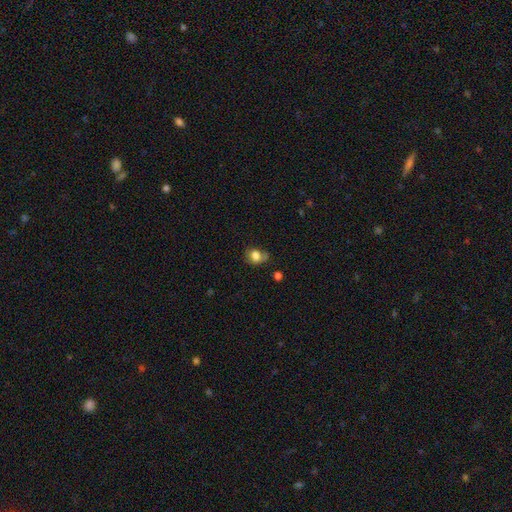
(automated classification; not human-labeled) A smooth galaxy with no disk features (77%) that is in between round and cigar-shaped (51%). Merging: none (44%).